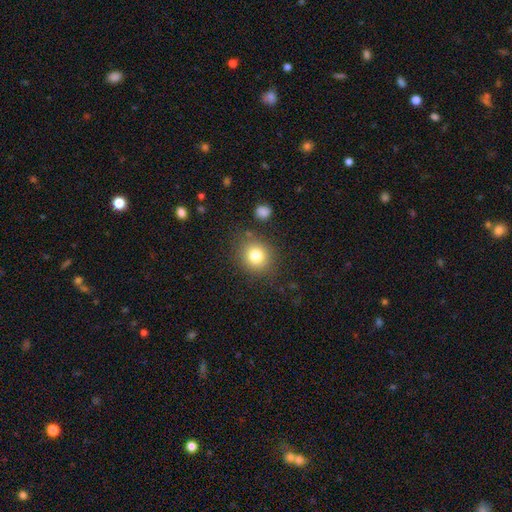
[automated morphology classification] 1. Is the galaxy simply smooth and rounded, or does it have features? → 79% smooth, 12% star or artifact, 9% featured or disk.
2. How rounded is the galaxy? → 81% round, 18% in between, 1% cigar-shaped.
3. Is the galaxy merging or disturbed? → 82% none, 11% minor disturbance, 4% major disturbance, 3% merger.